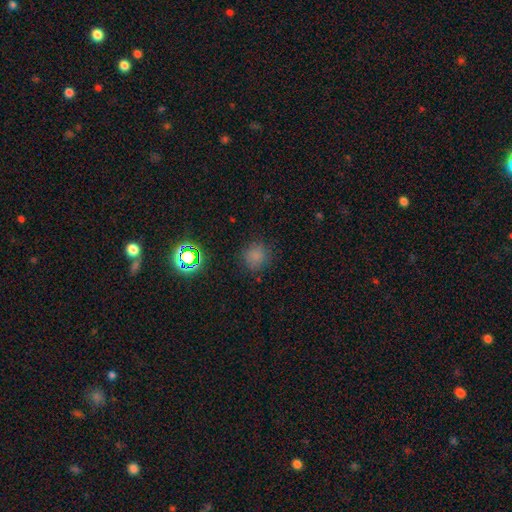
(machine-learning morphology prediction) Overall: smooth (74%). How rounded: round (89%). Merging: none (82%).